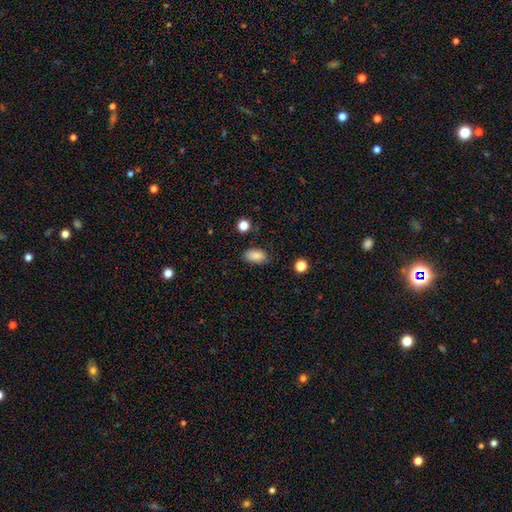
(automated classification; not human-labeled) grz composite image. It shows a smooth galaxy with no disk features (86%) that is in between round and cigar-shaped (91%). Merging: none (77%).